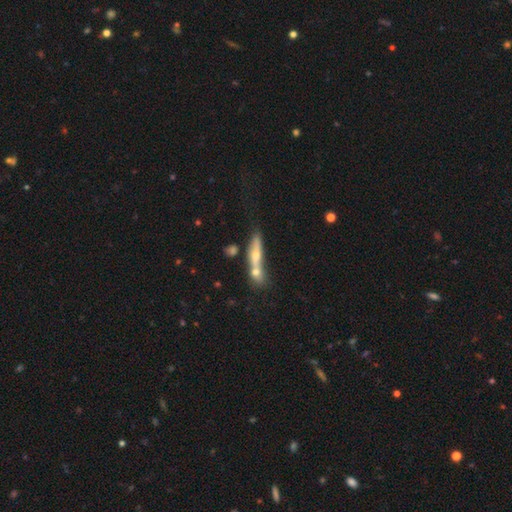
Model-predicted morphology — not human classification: The model was most divided on "smooth or featured" (2-way tie): featured or disk: 45%, smooth: 45%, star or artifact: 10%. Remaining: merging — merger (43%).